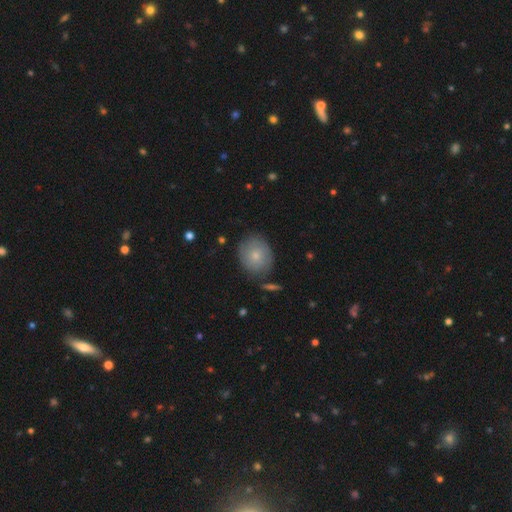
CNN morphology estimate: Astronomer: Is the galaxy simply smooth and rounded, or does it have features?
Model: smooth — 65%.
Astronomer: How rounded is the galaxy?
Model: round — 66%.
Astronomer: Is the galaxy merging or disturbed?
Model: none — 78%.